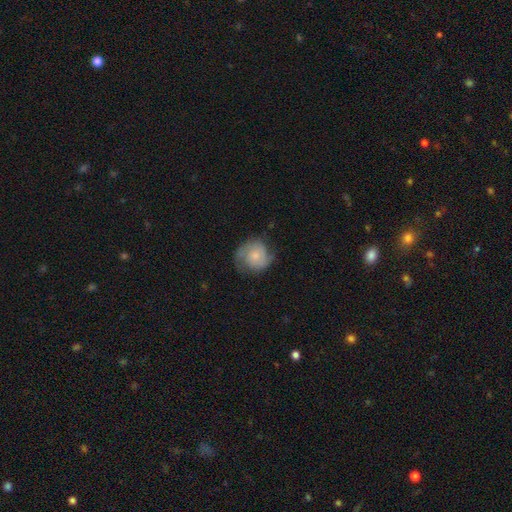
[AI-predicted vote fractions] This appears to be a featured or disk galaxy (58%) with no bar (76%), 2 (74%) tight (43%) spiral arms (90%) and a small central bulge (45%). Merging: none (66%).